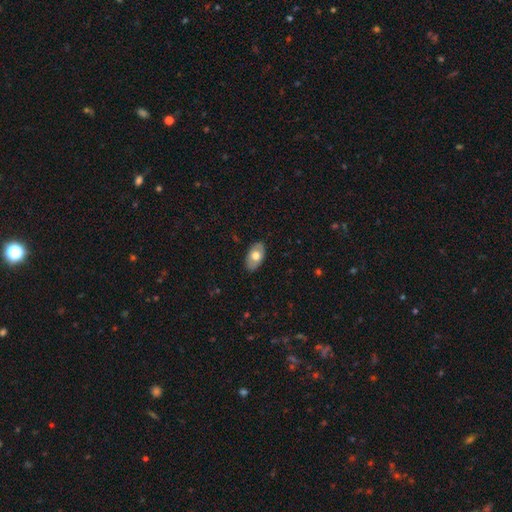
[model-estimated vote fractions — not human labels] The model was most divided on "smooth or featured": smooth: 65%, featured or disk: 29%, star or artifact: 6%. More confident: how rounded — in between (93%); merging — none (86%).